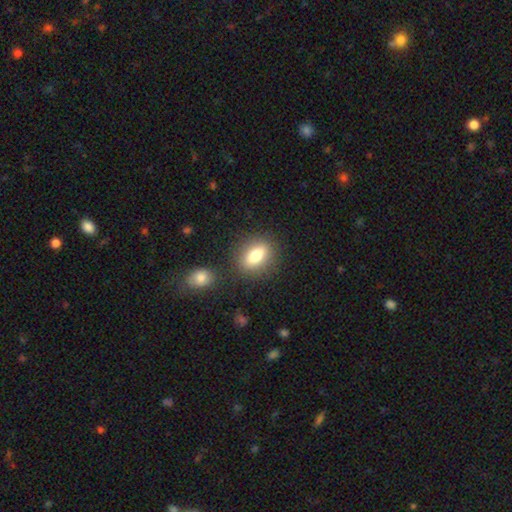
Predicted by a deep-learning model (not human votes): smooth 79%, featured or disk 13%, star or artifact 8%. Down the decision tree: how rounded — in between (76%); merging — none (83%).